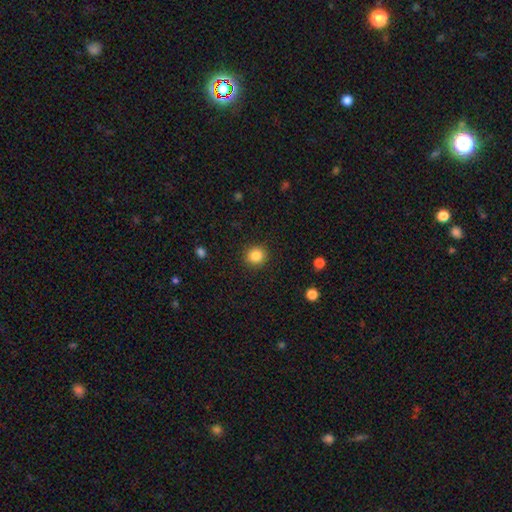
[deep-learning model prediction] smooth 85%, star or artifact 11%, featured or disk 5%. Down the decision tree: how rounded — round (90%); merging — none (91%).